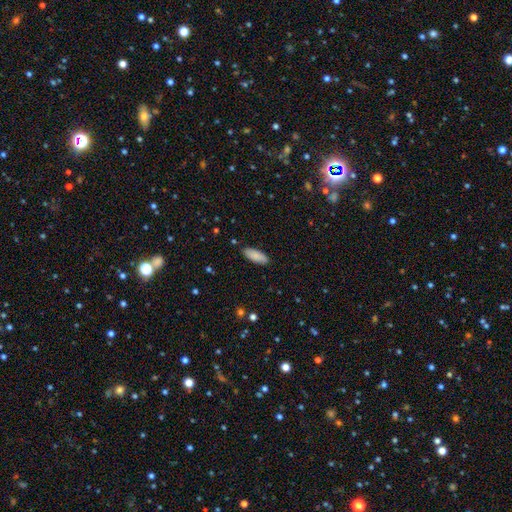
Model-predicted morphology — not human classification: Smooth or featured? smooth (87%)
How rounded? in between (76%)
Merging? none (88%)